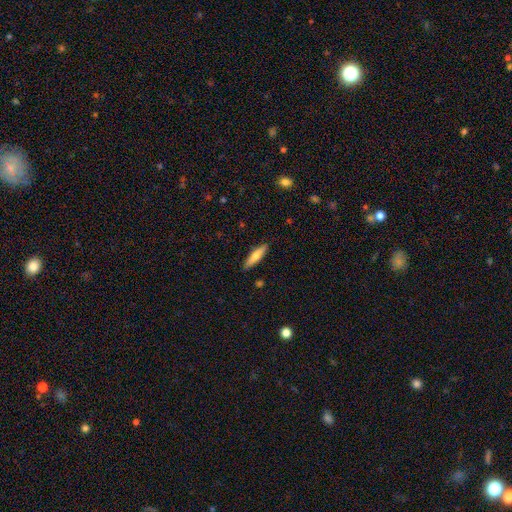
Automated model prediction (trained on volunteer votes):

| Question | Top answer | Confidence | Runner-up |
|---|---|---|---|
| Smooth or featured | smooth | 66% | featured or disk (28%) |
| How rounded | cigar-shaped | 77% | in between (22%) |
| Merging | none | 89% | minor disturbance (8%) |